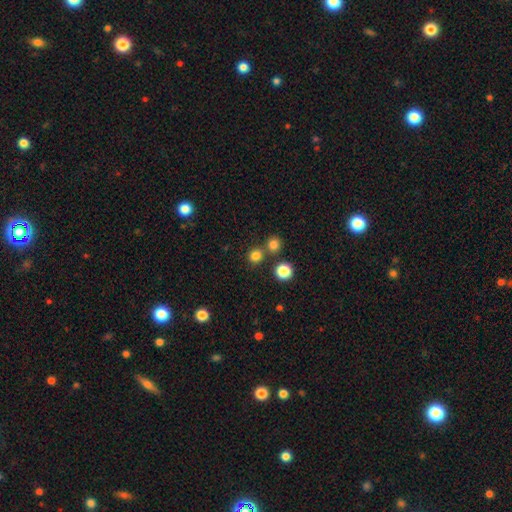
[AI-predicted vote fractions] A smooth galaxy with no disk features (79%) that is round (90%).

Vote fractions:
- Smooth or featured? smooth: 79% / star or artifact: 16% / featured or disk: 4%
- How rounded? round: 90% / in between: 9% / cigar-shaped: 1%
- Merging? none: 74% / merger: 17% / minor disturbance: 6% / major disturbance: 3%